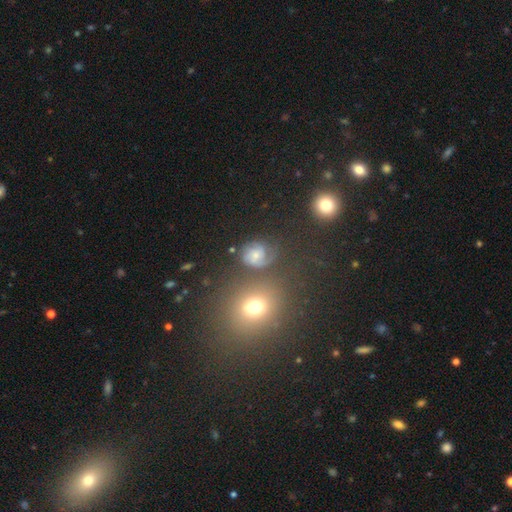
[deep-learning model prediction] The model was most divided on "spiral winding": medium: 46%, tight: 39%, loose: 15%. Remaining: edge-on disk — no (98%); spiral arms — yes (90%); smooth or featured — featured or disk (60%); merging — none (60%); bar — no (60%); spiral arm count — 2 (51%); bulge size — small (48%).